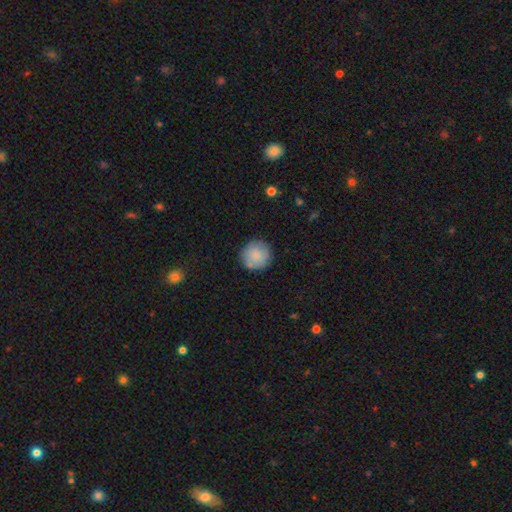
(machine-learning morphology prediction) This appears to be a smooth galaxy with no disk features (83%) that is round (95%). Merging: none (82%).